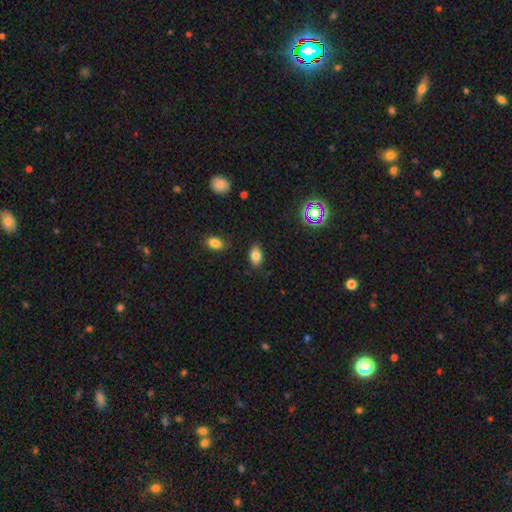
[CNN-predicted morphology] A smooth galaxy with no disk features (80%) that is in between round and cigar-shaped (88%). Merging: none (85%).